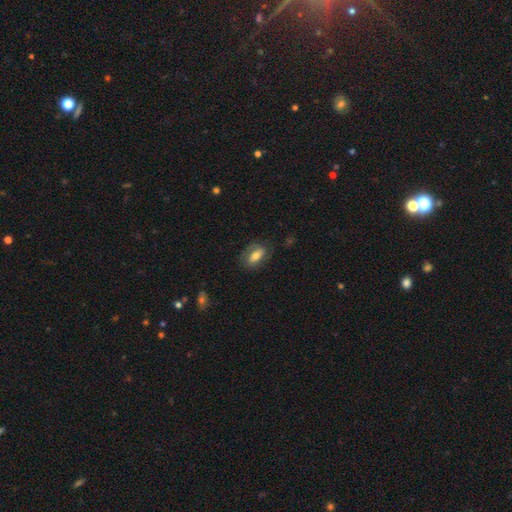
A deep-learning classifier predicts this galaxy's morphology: Q: Smooth or featured?
A: smooth (57%); runner-up: featured or disk (35%)
Q: How rounded?
A: in between (81%); runner-up: cigar-shaped (12%)
Q: Merging?
A: none (70%); runner-up: minor disturbance (19%)